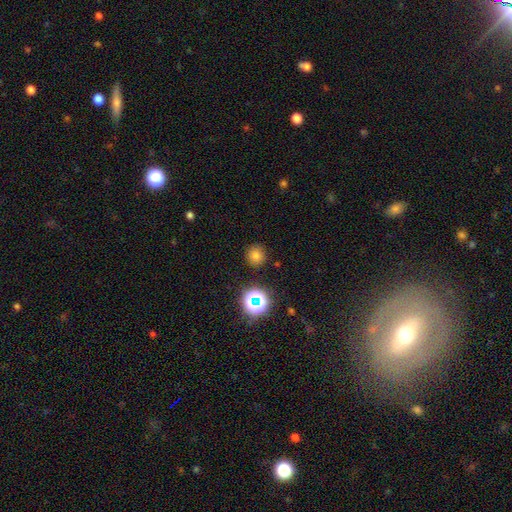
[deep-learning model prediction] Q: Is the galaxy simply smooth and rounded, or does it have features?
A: smooth — 73%.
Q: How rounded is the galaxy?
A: round — 93%.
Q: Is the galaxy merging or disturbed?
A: none — 88%.